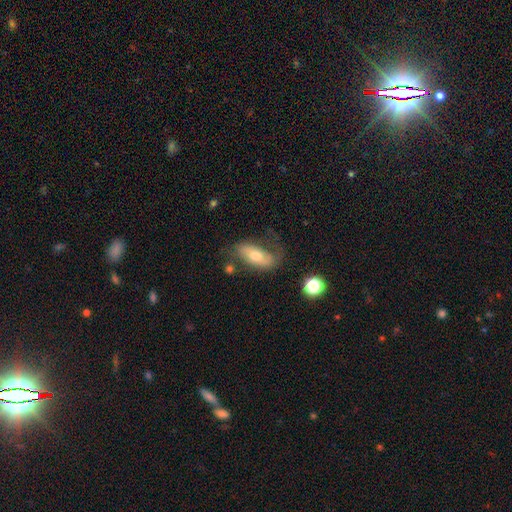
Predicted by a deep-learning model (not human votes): Smooth or featured: featured or disk — 46% (tied with smooth — 46%)
Merging: none — 50% (minor disturbance — 25%)